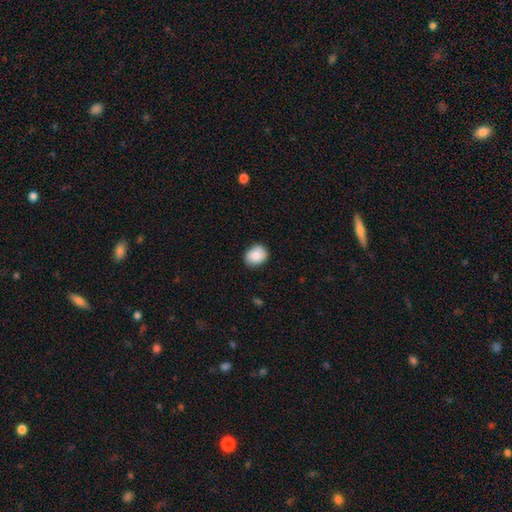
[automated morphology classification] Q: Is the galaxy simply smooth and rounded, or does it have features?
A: smooth — 86%.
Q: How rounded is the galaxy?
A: round — 51%.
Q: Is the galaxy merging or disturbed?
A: none — 86%.